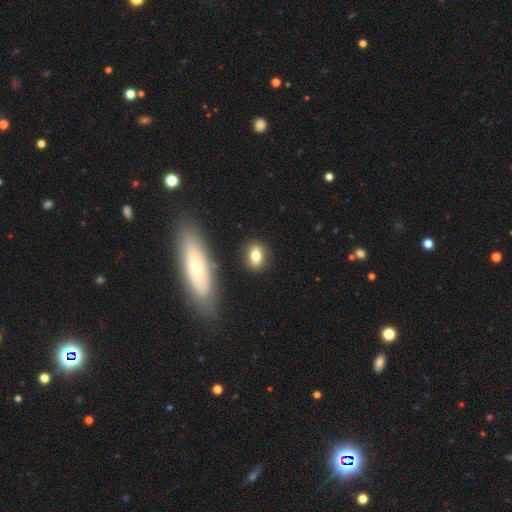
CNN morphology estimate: smooth-or-featured: smooth: 75% | featured or disk: 16% | star or artifact: 9%
  how-rounded: in between: 66% | round: 30% | cigar-shaped: 4%
  merging: none: 84% | minor disturbance: 10% | merger: 3% | major disturbance: 3%